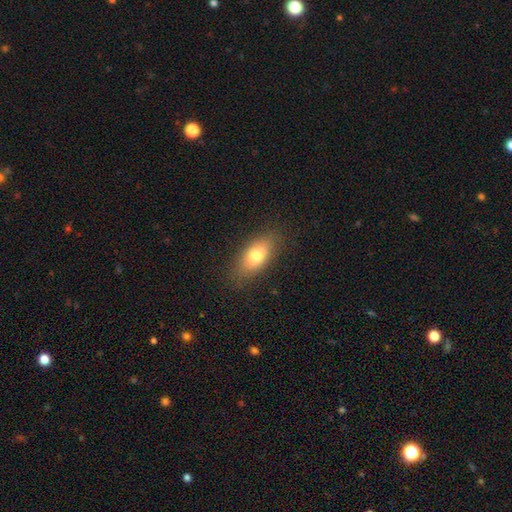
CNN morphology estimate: type=smooth (73%); roundness=in between (85%); merging=none (82%).